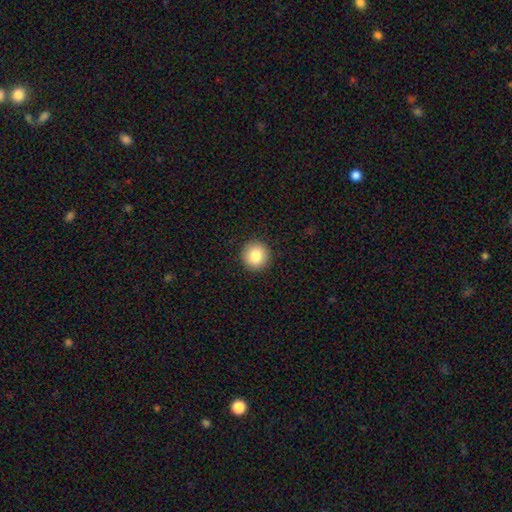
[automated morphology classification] Smooth or featured: smooth — 84% (star or artifact — 9%)
How rounded: round — 94% (in between — 5%)
Merging: none — 92% (minor disturbance — 5%)